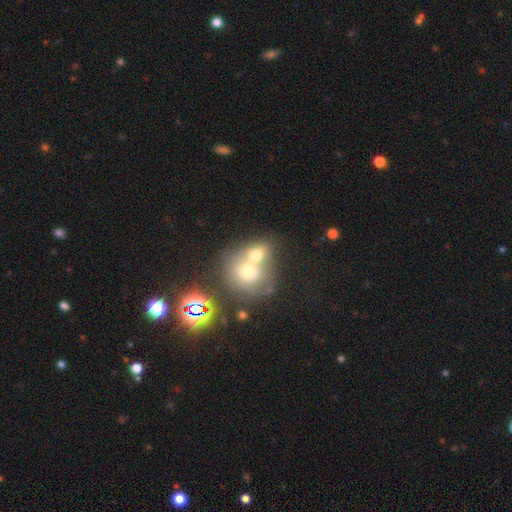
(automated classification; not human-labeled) smooth 61%, featured or disk 25%, star or artifact 13%. Down the decision tree: how rounded — round (68%); merging — merger (65%).